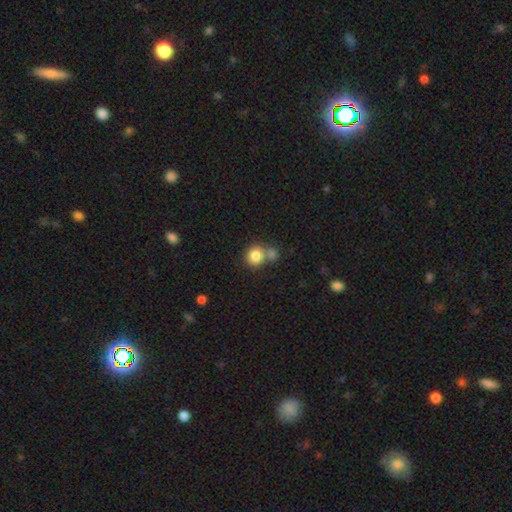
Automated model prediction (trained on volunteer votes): Smooth or featured? smooth (82%)
How rounded? round (84%)
Merging? none (49%)